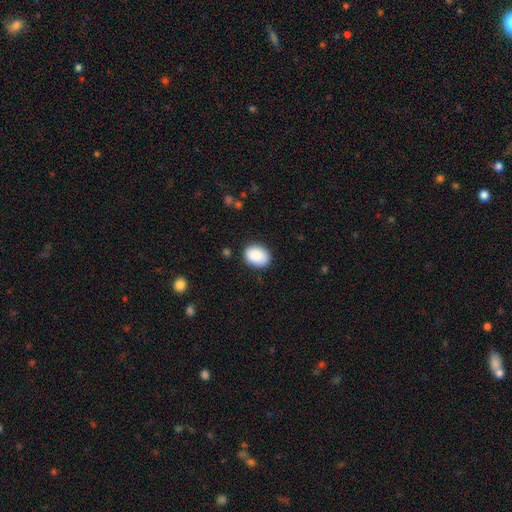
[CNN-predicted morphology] A smooth galaxy with no disk features (89%) that is in between round and cigar-shaped (68%). Merging: none (85%).